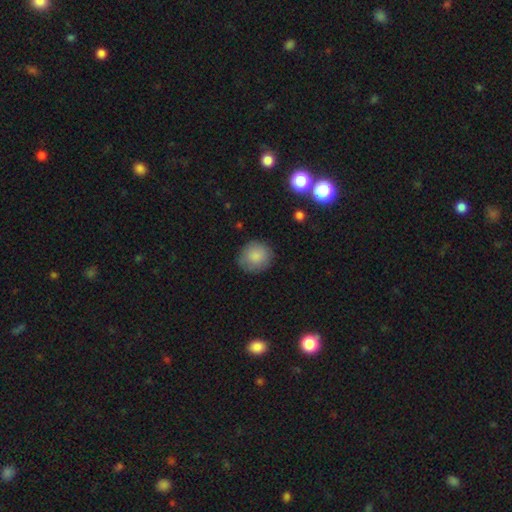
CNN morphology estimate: A smooth galaxy with no disk features (85%) that is round (86%).

Vote fractions:
- Smooth or featured? smooth: 85% / star or artifact: 8% / featured or disk: 7%
- How rounded? round: 86% / in between: 13% / cigar-shaped: 1%
- Merging? none: 83% / minor disturbance: 13% / major disturbance: 3% / merger: 1%